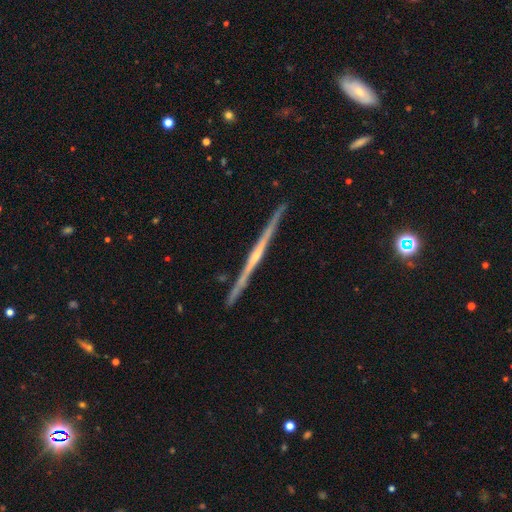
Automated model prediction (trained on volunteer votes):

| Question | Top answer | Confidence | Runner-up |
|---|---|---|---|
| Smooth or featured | featured or disk | 82% | smooth (13%) |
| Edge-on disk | yes | 98% | no (2%) |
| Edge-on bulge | none | 51% | rounded (40%) |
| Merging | none | 90% | minor disturbance (7%) |